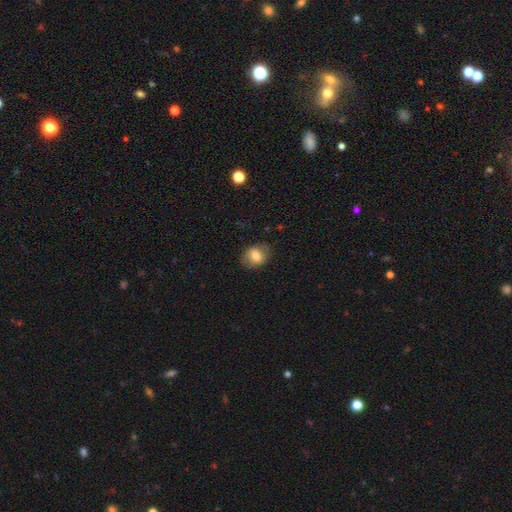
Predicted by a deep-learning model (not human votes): Smooth or featured?
  - smooth: 69% *
  - featured or disk: 23%
  - star or artifact: 9%
How rounded?
  - in between: 57% *
  - round: 42%
  - cigar-shaped: 1%
Merging?
  - none: 80% *
  - minor disturbance: 15%
  - major disturbance: 4%
  - merger: 1%